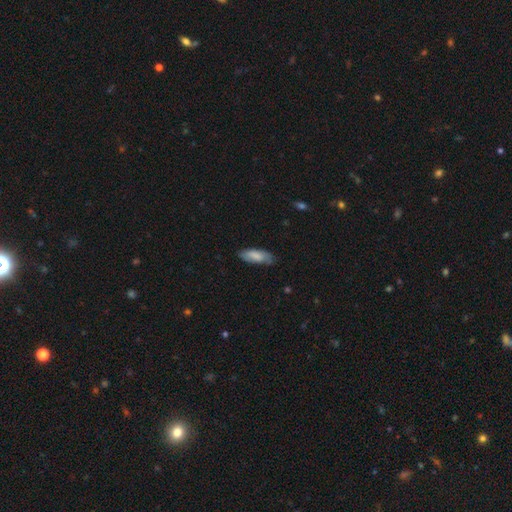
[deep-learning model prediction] Smooth or featured?
  - smooth: 78% *
  - featured or disk: 17%
  - star or artifact: 6%
How rounded?
  - in between: 71% *
  - cigar-shaped: 28%
  - round: 2%
Merging?
  - none: 73% *
  - minor disturbance: 21%
  - major disturbance: 4%
  - merger: 1%